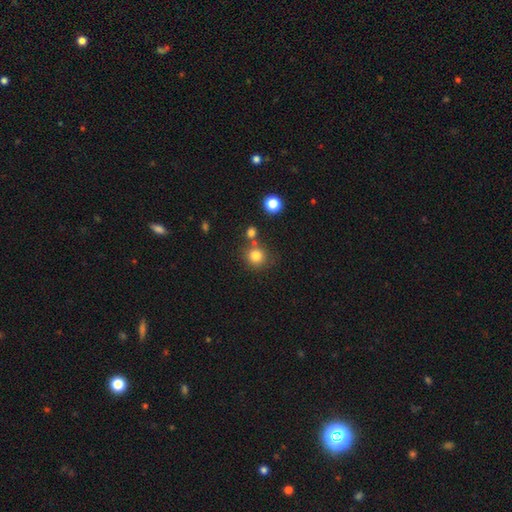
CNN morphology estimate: A smooth galaxy with no disk features (82%) that is round (89%). Merging: none (72%).